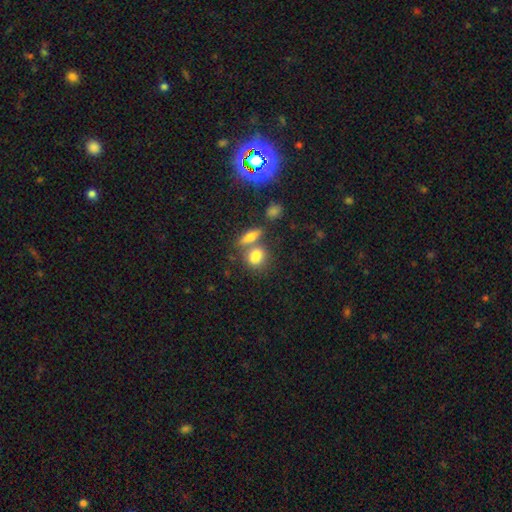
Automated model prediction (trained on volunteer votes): Smooth or featured? smooth (78%)
How rounded? in between (58%)
Merging? none (44%)